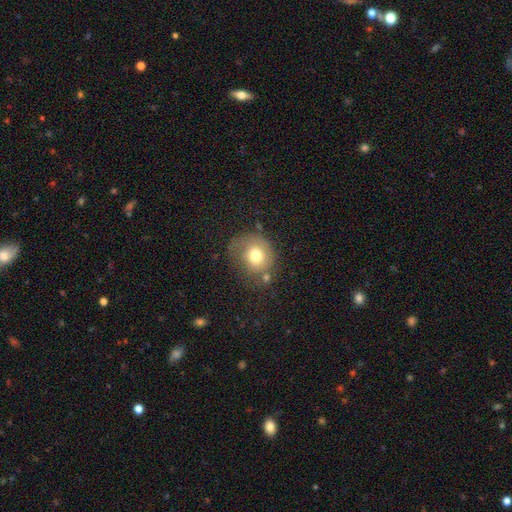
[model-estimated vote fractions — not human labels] Smooth or featured?
  - smooth: 66% *
  - featured or disk: 24%
  - star or artifact: 9%
How rounded?
  - round: 72% *
  - in between: 27%
  - cigar-shaped: 1%
Merging?
  - none: 46% *
  - minor disturbance: 26%
  - major disturbance: 19%
  - merger: 8%